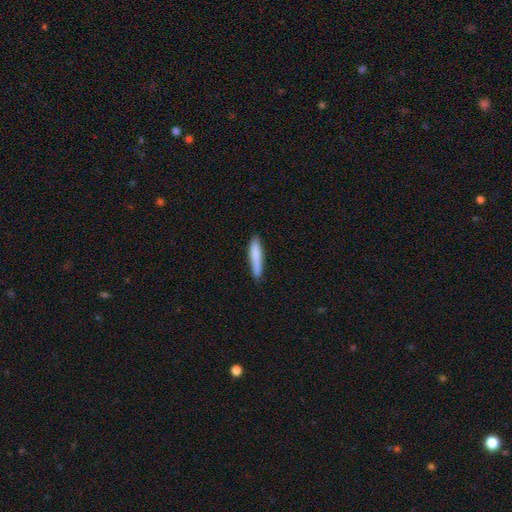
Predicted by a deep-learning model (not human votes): Overall: smooth (83%). How rounded: cigar-shaped (87%). Merging: none (81%).